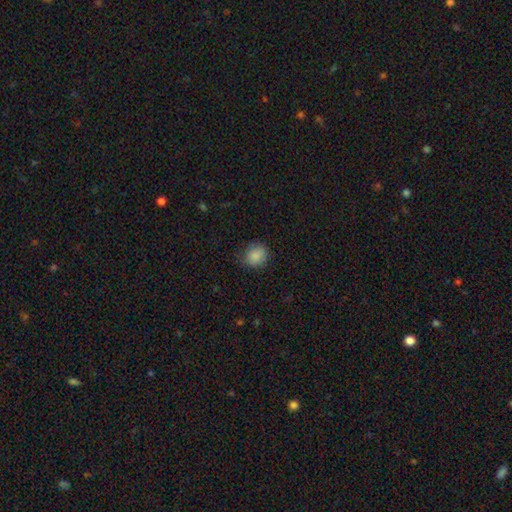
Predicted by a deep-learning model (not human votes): smooth_or_featured: smooth (p=0.87) [alt: star or artifact p=0.09]
how_rounded: round (p=0.83) [alt: in between p=0.16]
merging: none (p=0.80) [alt: minor disturbance p=0.15]